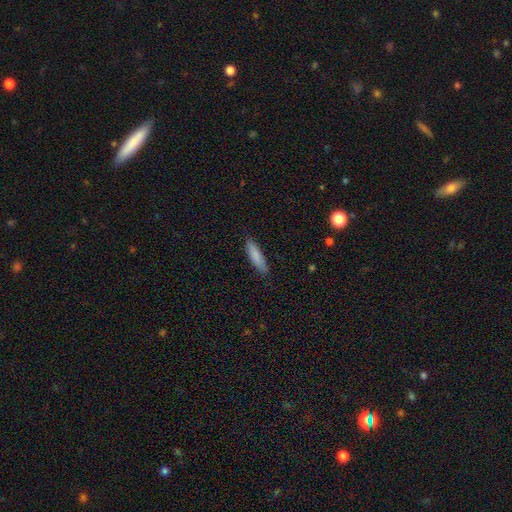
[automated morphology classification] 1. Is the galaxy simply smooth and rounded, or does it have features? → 85% smooth, 10% featured or disk, 6% star or artifact.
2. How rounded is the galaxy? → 71% cigar-shaped, 27% in between, 1% round.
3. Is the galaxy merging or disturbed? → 87% none, 10% minor disturbance, 2% major disturbance, 1% merger.